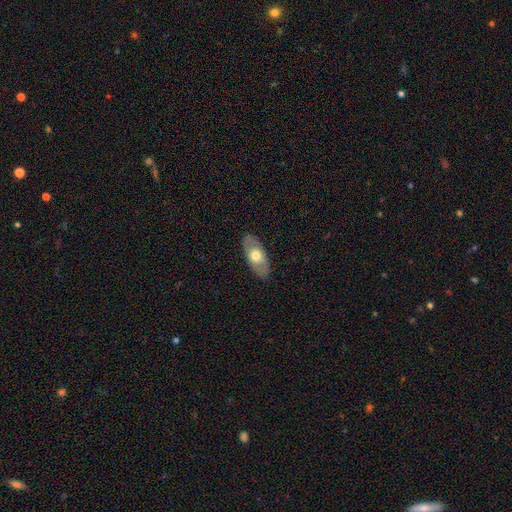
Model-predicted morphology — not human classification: This is possibly a smooth galaxy (53%). How rounded: clearly in between (88%). Merging: clearly none (86%).